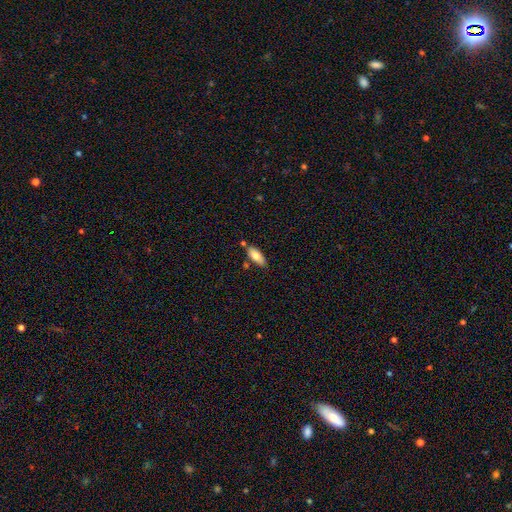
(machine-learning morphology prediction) Smooth or featured?
  - smooth: 76% *
  - featured or disk: 18%
  - star or artifact: 7%
How rounded?
  - in between: 81% *
  - cigar-shaped: 17%
  - round: 2%
Merging?
  - none: 72% *
  - minor disturbance: 16%
  - merger: 8%
  - major disturbance: 3%